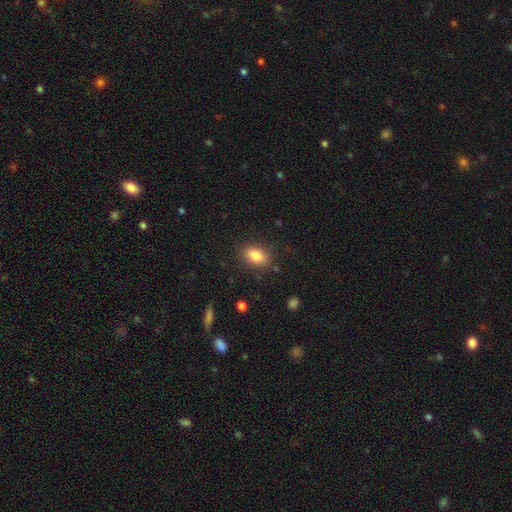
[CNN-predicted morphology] Smooth or featured: smooth — 83% (star or artifact — 9%)
How rounded: in between — 85% (round — 12%)
Merging: none — 84% (minor disturbance — 11%)